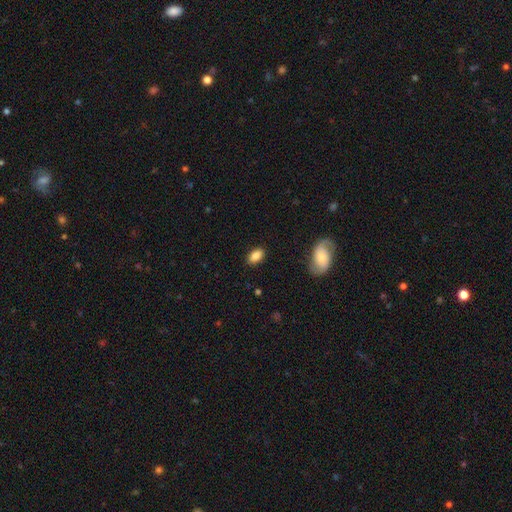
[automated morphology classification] Smooth or featured? Predicted: smooth (p=0.85). How rounded? Predicted: in between (p=0.91). Merging? Predicted: none (p=0.86).